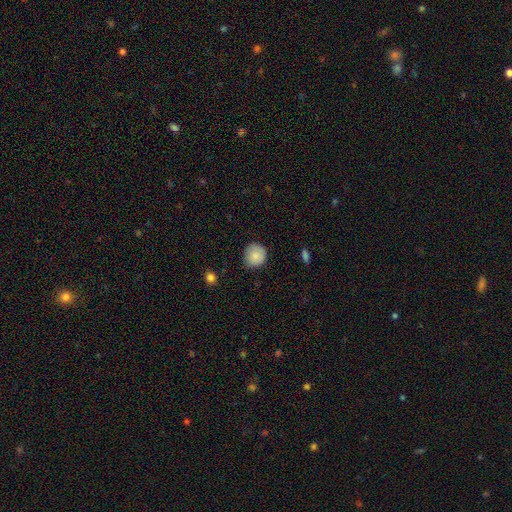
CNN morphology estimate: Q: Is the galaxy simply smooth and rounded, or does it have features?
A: smooth — 84%.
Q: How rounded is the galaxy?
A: round — 90%.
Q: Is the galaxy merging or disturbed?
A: none — 80%.